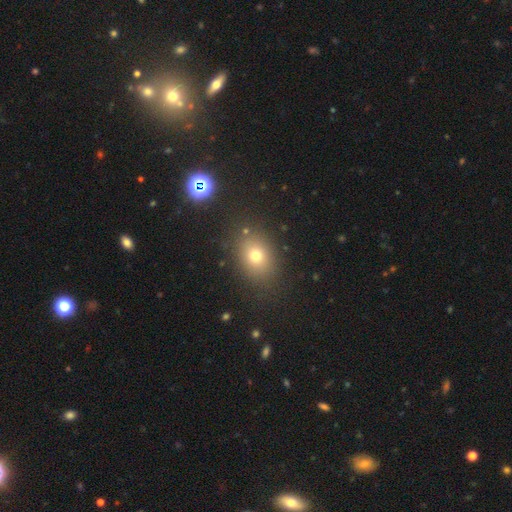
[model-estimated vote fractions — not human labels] Smooth or featured: smooth — 72% (star or artifact — 16%)
How rounded: in between — 59% (round — 40%)
Merging: none — 83% (minor disturbance — 10%)